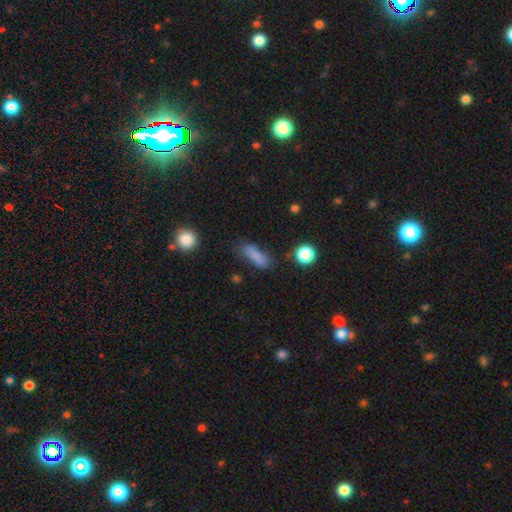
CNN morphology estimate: Smooth or featured?
  - smooth: 78% *
  - star or artifact: 12%
  - featured or disk: 10%
How rounded?
  - in between: 48% *
  - cigar-shaped: 47%
  - round: 6%
Merging?
  - none: 57% *
  - minor disturbance: 25%
  - major disturbance: 12%
  - merger: 7%